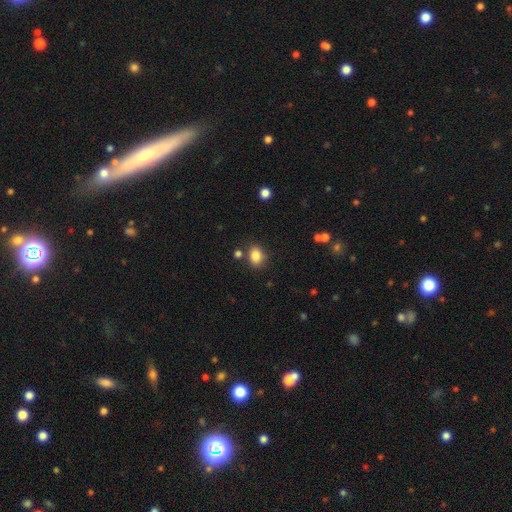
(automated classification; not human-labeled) smooth-or-featured: smooth: 84% | star or artifact: 10% | featured or disk: 5%
  how-rounded: in between: 58% | round: 41% | cigar-shaped: 1%
  merging: none: 78% | minor disturbance: 11% | merger: 7% | major disturbance: 3%